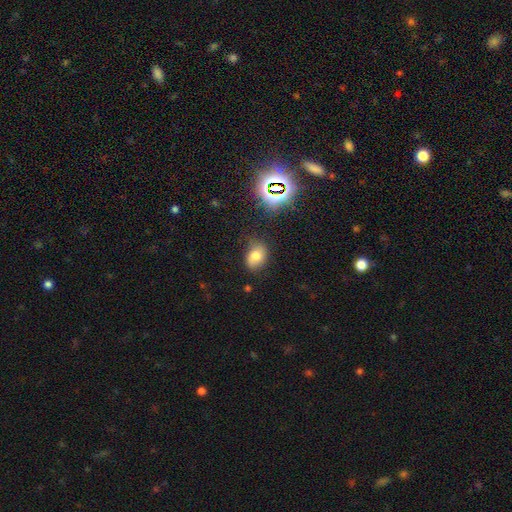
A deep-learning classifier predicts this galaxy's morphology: smooth 70%, star or artifact 16%, featured or disk 15%. Down the decision tree: how rounded — in between (71%); merging — none (69%).